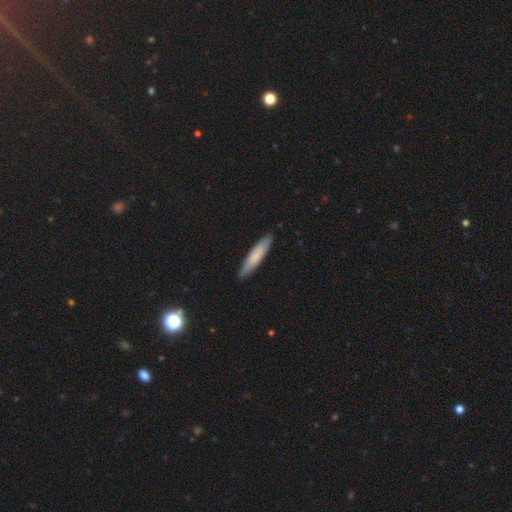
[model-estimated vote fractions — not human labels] smooth 76%, featured or disk 19%, star or artifact 5%. Down the decision tree: how rounded — cigar-shaped (86%); merging — none (88%).